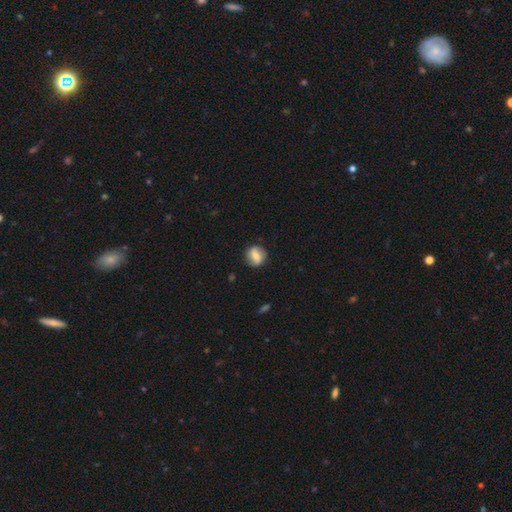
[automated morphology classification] This is possibly a smooth galaxy (57%). How rounded: likely round (74%). Merging: clearly none (82%).